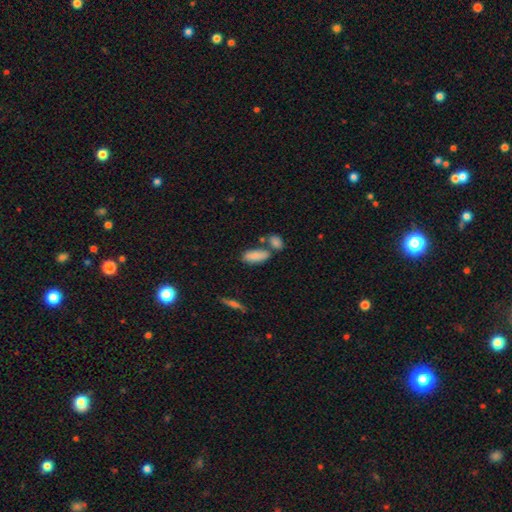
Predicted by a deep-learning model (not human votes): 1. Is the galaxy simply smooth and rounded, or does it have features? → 84% smooth, 9% featured or disk, 7% star or artifact.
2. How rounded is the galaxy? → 78% in between, 19% cigar-shaped, 3% round.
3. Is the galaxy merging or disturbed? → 61% none, 22% merger, 14% minor disturbance, 4% major disturbance.